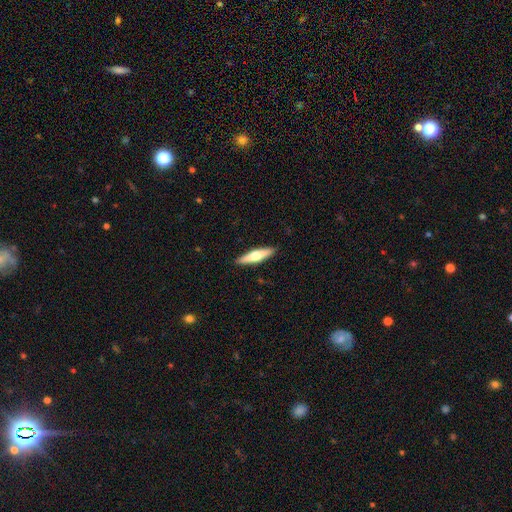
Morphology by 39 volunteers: This appears to be a smooth galaxy with no disk features (54%) that is cigar-shaped (57%). Merging: none (92%).